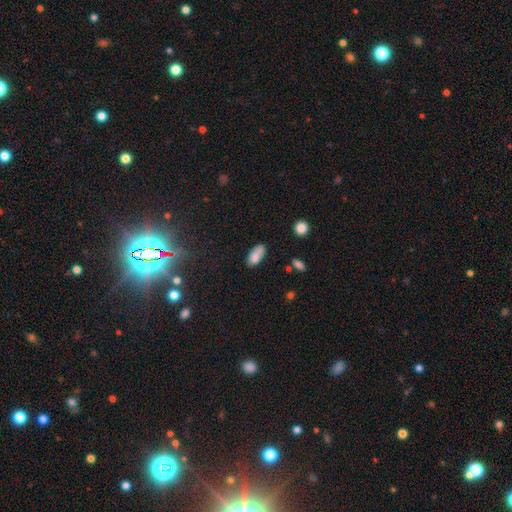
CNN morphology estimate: Smooth or featured? smooth (82%)
How rounded? in between (90%)
Merging? none (65%)